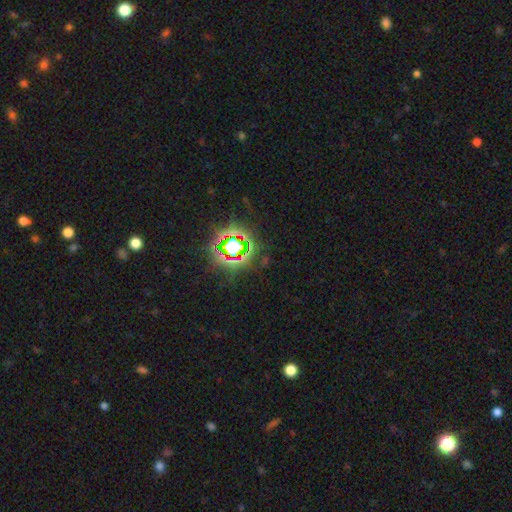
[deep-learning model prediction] This appears to be a star or artifact, not a galaxy (83%).